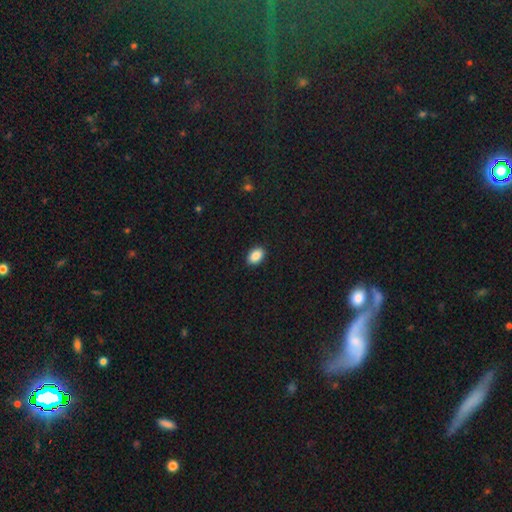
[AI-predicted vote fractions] Smooth or featured? Predicted: smooth (p=0.89). How rounded? Predicted: in between (p=0.87). Merging? Predicted: none (p=0.90).